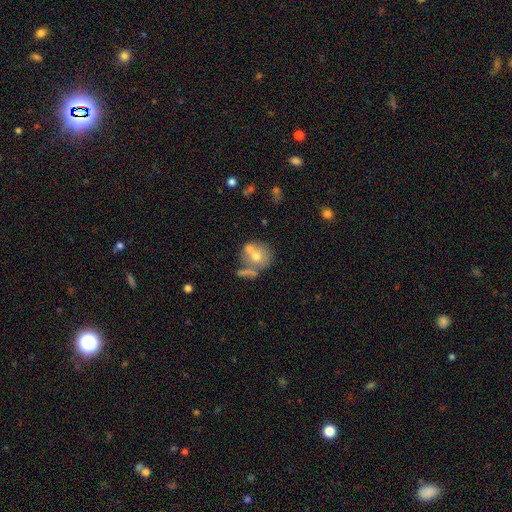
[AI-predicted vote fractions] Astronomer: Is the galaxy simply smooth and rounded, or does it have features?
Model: smooth — 58%.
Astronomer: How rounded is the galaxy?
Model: round — 78%.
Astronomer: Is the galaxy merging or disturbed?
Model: merger — 43% (runner-up: none, 38%).